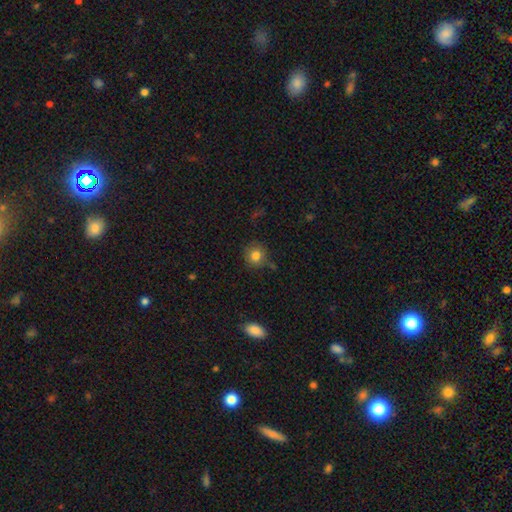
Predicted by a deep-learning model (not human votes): Overall: smooth (81%). How rounded: round (89%). Merging: none (81%).